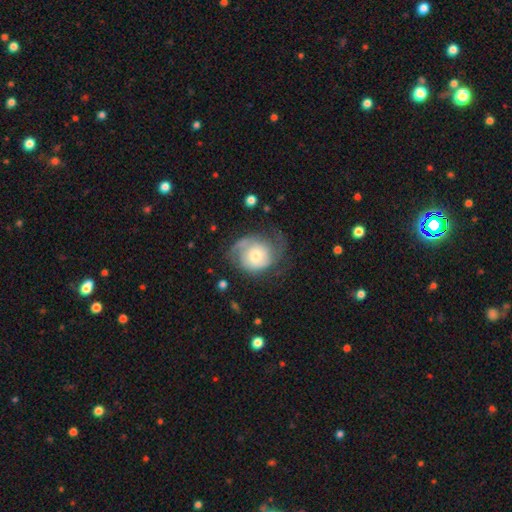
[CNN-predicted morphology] featured or disk 69%, smooth 24%, star or artifact 6%. Down the decision tree: edge-on disk — no (97%); bar — no (76%); spiral arms — yes (90%); spiral arm count — 2 (57%); spiral winding — medium (40%); bulge size — moderate (61%); merging — none (53%).